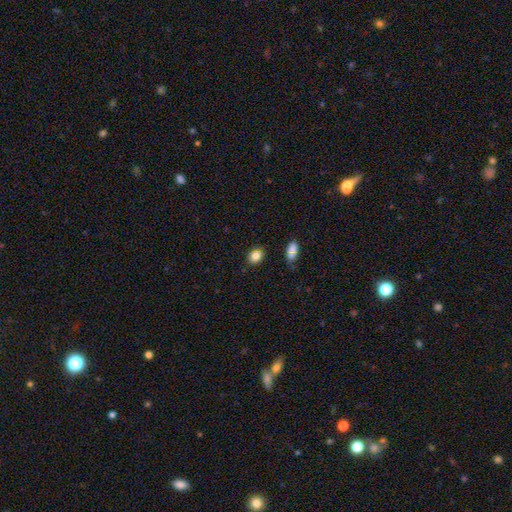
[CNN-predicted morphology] Smooth or featured?
  - smooth: 83% *
  - star or artifact: 10%
  - featured or disk: 7%
How rounded?
  - in between: 57% *
  - round: 41%
  - cigar-shaped: 1%
Merging?
  - none: 83% *
  - minor disturbance: 11%
  - merger: 3%
  - major disturbance: 3%